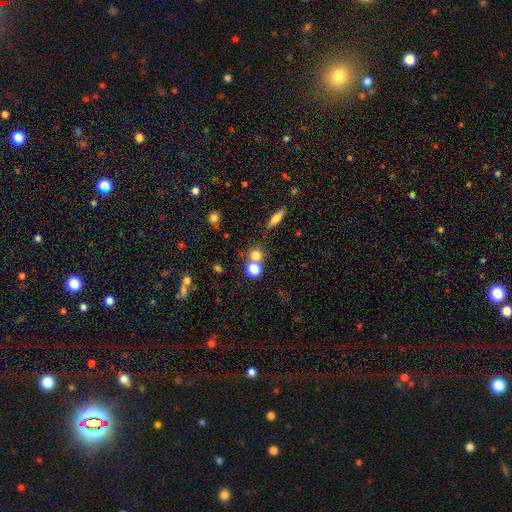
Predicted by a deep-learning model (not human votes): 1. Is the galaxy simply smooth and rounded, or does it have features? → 74% smooth, 16% star or artifact, 10% featured or disk.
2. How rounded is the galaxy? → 86% round, 12% in between, 2% cigar-shaped.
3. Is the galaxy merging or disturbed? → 57% none, 31% merger, 8% minor disturbance, 4% major disturbance.